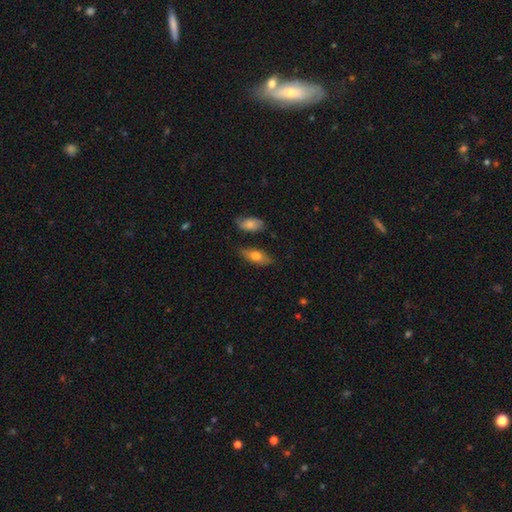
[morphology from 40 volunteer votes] Smooth or featured?
  - smooth: 65% *
  - featured or disk: 32%
  - star or artifact: 2%
How rounded?
  - in between: 73% *
  - cigar-shaped: 19%
  - round: 8%
Merging?
  - none: 79% *
  - minor disturbance: 15%
  - major disturbance: 3%
  - merger: 3%